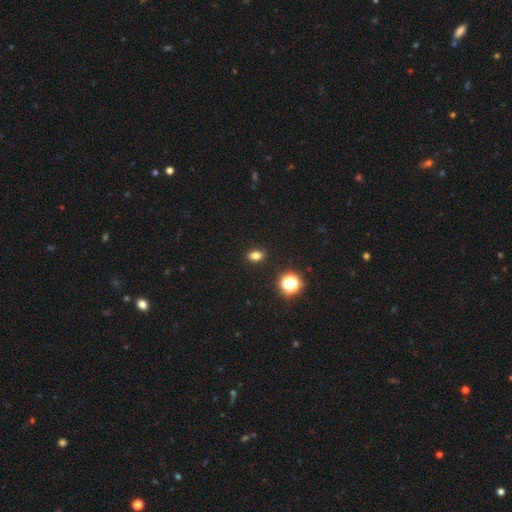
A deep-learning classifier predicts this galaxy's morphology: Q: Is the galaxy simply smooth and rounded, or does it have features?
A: smooth — 77%.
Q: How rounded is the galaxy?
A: in between — 74%.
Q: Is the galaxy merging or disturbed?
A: none — 90%.